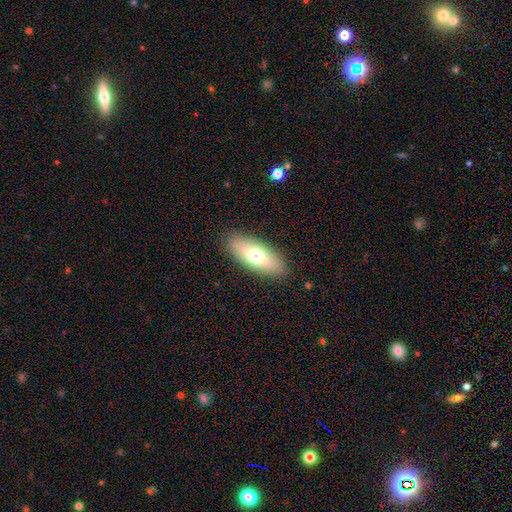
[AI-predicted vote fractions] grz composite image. It shows a smooth galaxy with no disk features (69%) that is in between round and cigar-shaped (75%). Merging: none (88%).